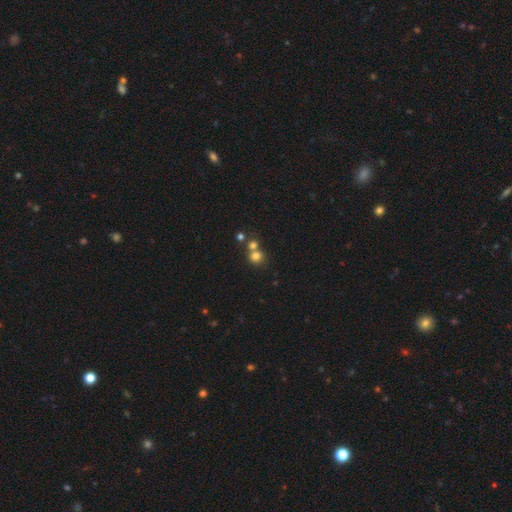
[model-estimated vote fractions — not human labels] Smooth or featured?
  - smooth: 76% *
  - star or artifact: 15%
  - featured or disk: 9%
How rounded?
  - round: 84% *
  - in between: 15%
  - cigar-shaped: 1%
Merging?
  - none: 48% *
  - merger: 42%
  - minor disturbance: 7%
  - major disturbance: 3%